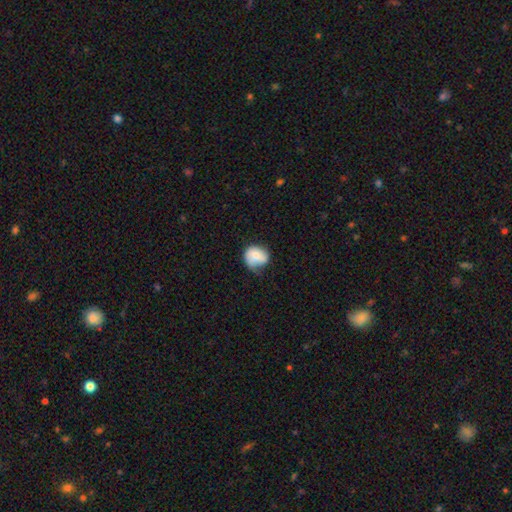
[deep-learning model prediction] Morphology: type=smooth (67%); roundness=round (69%); merging=none (42%).